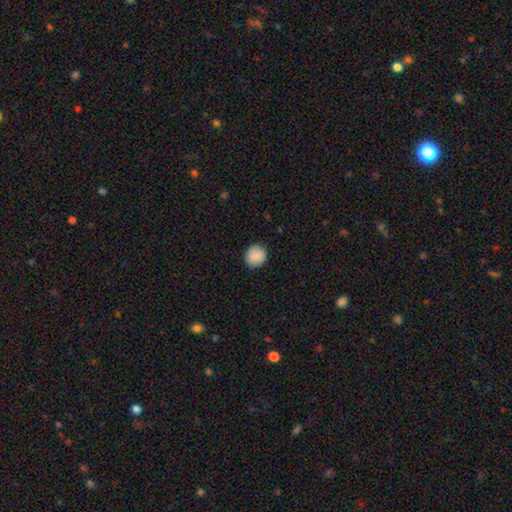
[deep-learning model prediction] Smooth or featured? Predicted: smooth (p=0.89). How rounded? Predicted: round (p=0.88). Merging? Predicted: none (p=0.88).